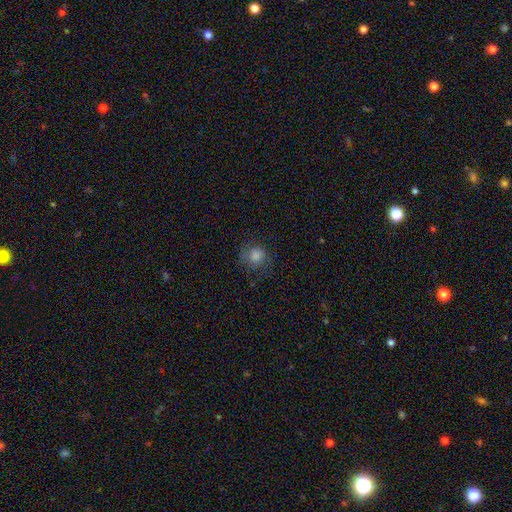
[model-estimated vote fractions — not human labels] Smooth or featured? smooth (66%)
How rounded? round (83%)
Merging? none (72%)